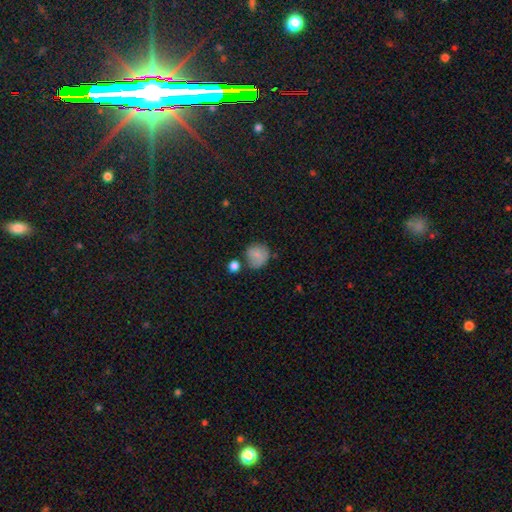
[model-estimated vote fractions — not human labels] Smooth or featured? smooth (77%)
How rounded? round (84%)
Merging? none (60%)